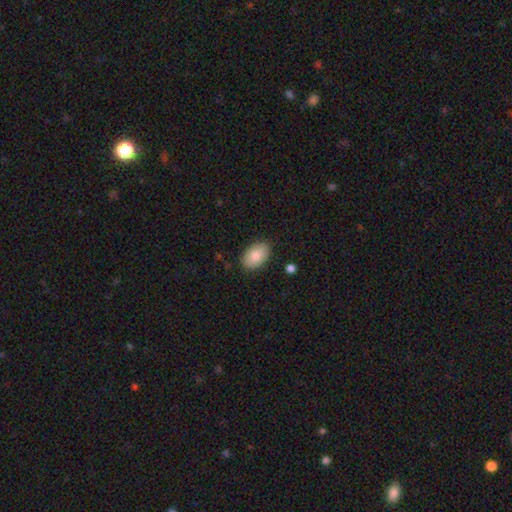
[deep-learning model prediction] Smooth or featured?
  - smooth: 85% *
  - featured or disk: 9%
  - star or artifact: 6%
How rounded?
  - in between: 92% *
  - round: 7%
  - cigar-shaped: 1%
Merging?
  - none: 87% *
  - minor disturbance: 10%
  - major disturbance: 2%
  - merger: 1%